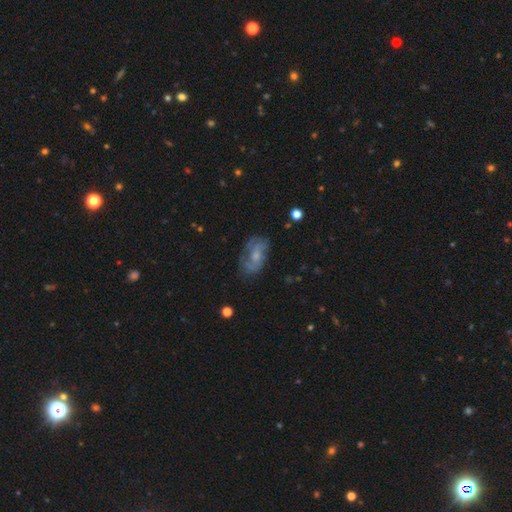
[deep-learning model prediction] Smooth or featured? featured or disk (55%)
Edge-on disk? no (94%)
Bar? no (67%)
Spiral arms? yes (70%)
Bulge size? moderate (41%)
Merging? none (61%)